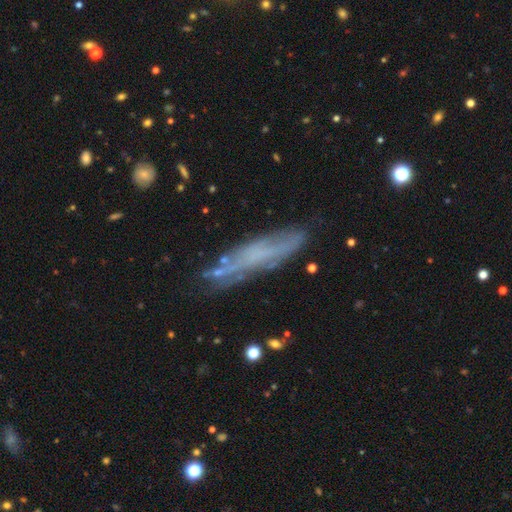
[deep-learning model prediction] Q: Smooth or featured?
A: featured or disk (51%); runner-up: smooth (38%)
Q: Edge-on disk?
A: yes (59%); runner-up: no (41%)
Q: Merging?
A: none (71%); runner-up: minor disturbance (19%)